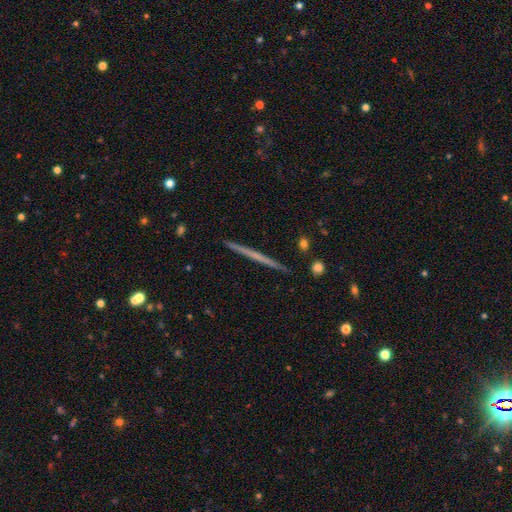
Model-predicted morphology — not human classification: Smooth or featured? Predicted: featured or disk (p=0.63). Edge-on disk? Predicted: yes (p=0.98). Edge-on bulge? Predicted: none (p=0.85). Merging? Predicted: none (p=0.93).